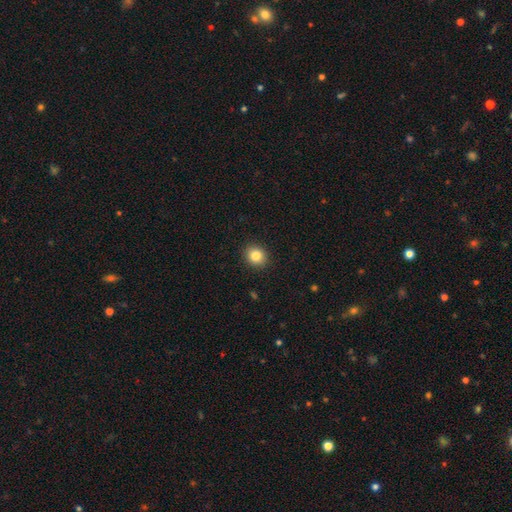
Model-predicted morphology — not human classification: The model was most divided on "how rounded": round: 80%, in between: 20%, cigar-shaped: 1%. More confident: merging — none (91%); smooth or featured — smooth (84%).